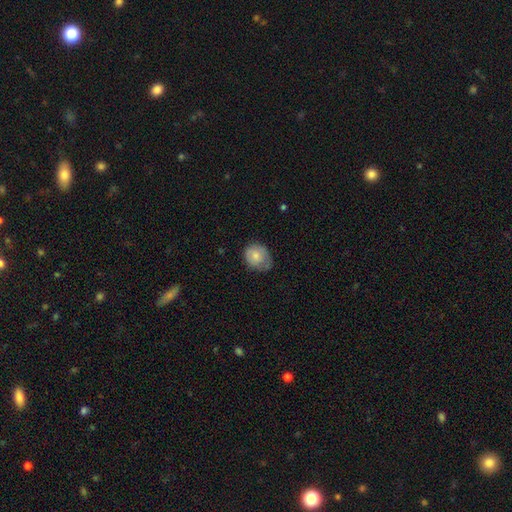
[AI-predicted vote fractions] Morphology: type=smooth (74%); roundness=round (58%); merging=none (51%).